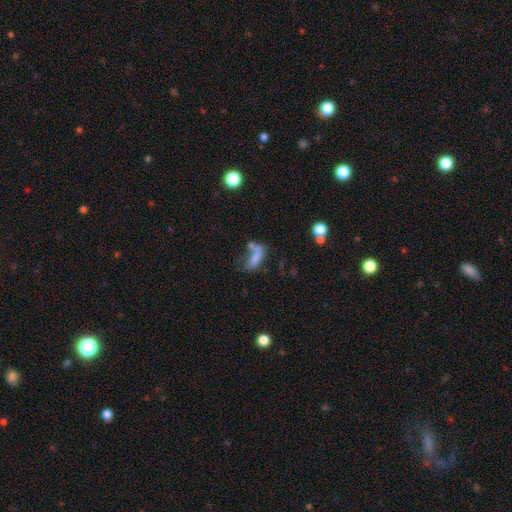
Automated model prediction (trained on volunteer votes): Smooth or featured?
  - smooth: 66% *
  - featured or disk: 21%
  - star or artifact: 13%
How rounded?
  - in between: 72% *
  - cigar-shaped: 23%
  - round: 5%
Merging?
  - merger: 34% *
  - none: 26%
  - major disturbance: 24%
  - minor disturbance: 16%